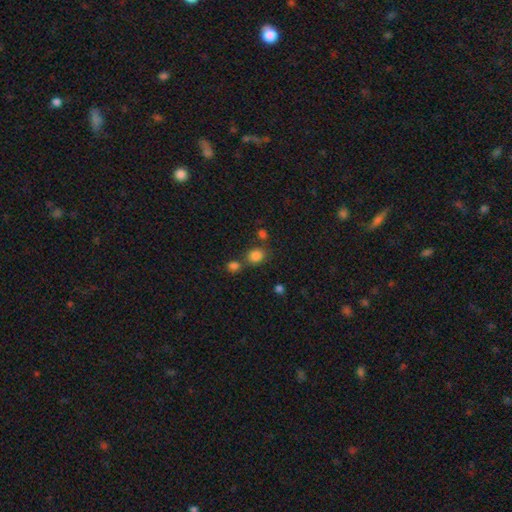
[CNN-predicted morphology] Smooth or featured: smooth — 82% (star or artifact — 12%)
How rounded: round — 63% (in between — 36%)
Merging: none — 63% (merger — 22%)